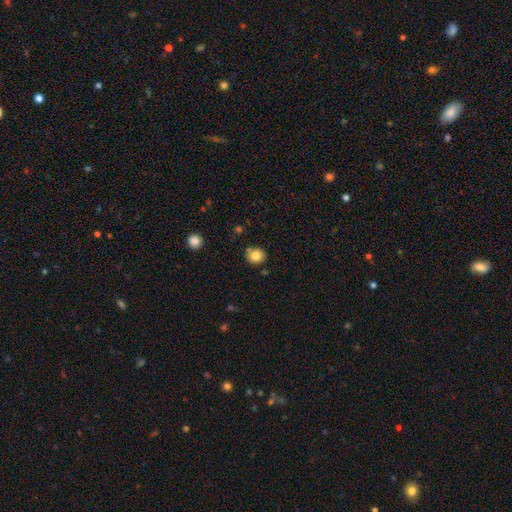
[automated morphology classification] type=smooth (82%); roundness=round (82%); merging=none (78%).